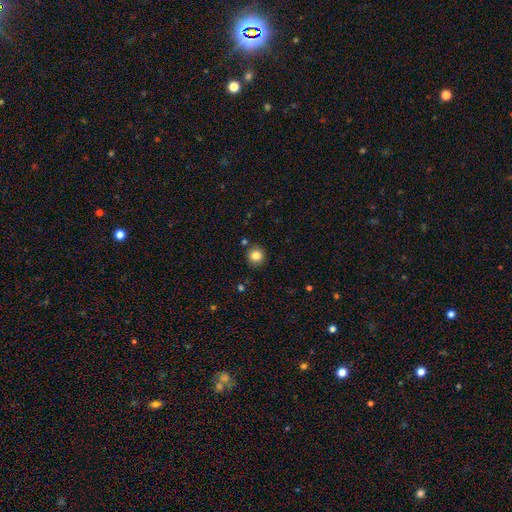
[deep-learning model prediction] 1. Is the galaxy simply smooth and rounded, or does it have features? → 84% smooth, 11% star or artifact, 5% featured or disk.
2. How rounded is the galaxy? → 92% round, 7% in between, 1% cigar-shaped.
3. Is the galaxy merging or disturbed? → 87% none, 8% minor disturbance, 3% merger, 2% major disturbance.